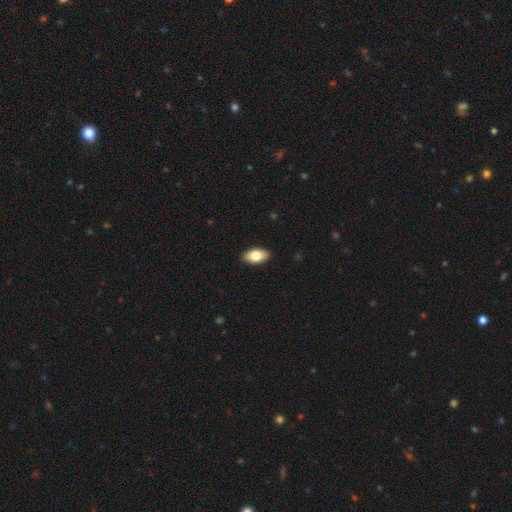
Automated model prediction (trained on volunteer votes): Q: Smooth or featured?
A: smooth (79%); runner-up: featured or disk (14%)
Q: How rounded?
A: in between (93%); runner-up: round (4%)
Q: Merging?
A: none (90%); runner-up: minor disturbance (7%)